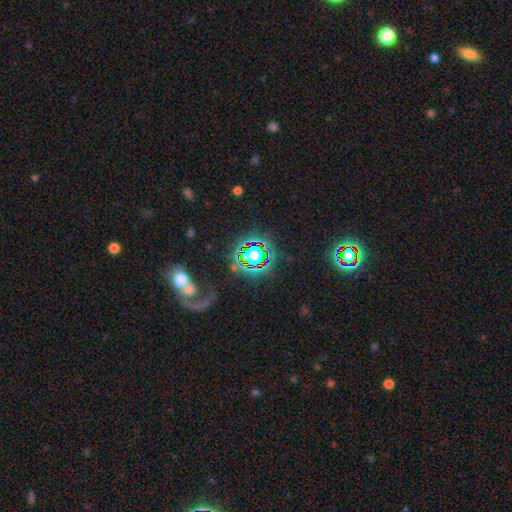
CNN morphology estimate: This is possibly a star or artifact rather than a galaxy (54%).